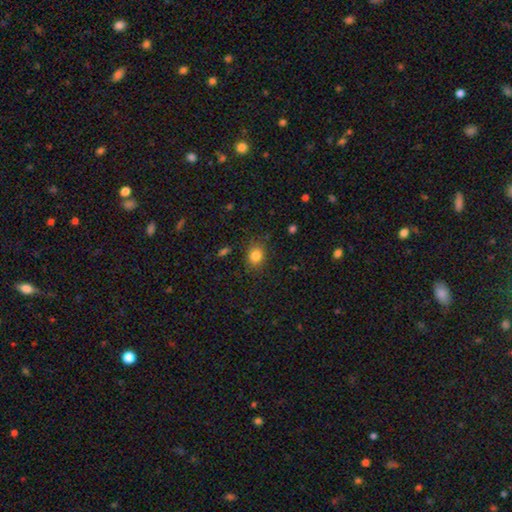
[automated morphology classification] A smooth galaxy with no disk features (83%) that is round (57%).

Vote fractions:
- Smooth or featured? smooth: 83% / star or artifact: 11% / featured or disk: 6%
- How rounded? round: 57% / in between: 42% / cigar-shaped: 1%
- Merging? none: 83% / minor disturbance: 12% / major disturbance: 4% / merger: 1%